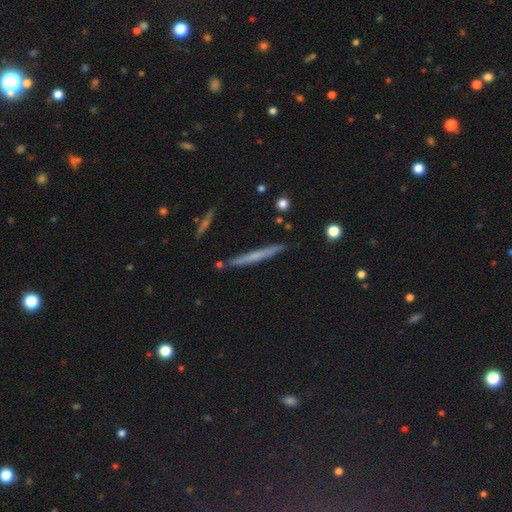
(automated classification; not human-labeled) Smooth or featured?
  - smooth: 49% *
  - featured or disk: 44%
  - star or artifact: 7%
Merging?
  - none: 88% *
  - minor disturbance: 8%
  - merger: 2%
  - major disturbance: 2%